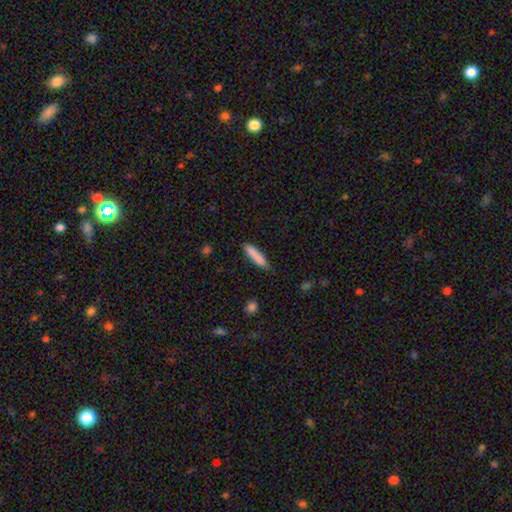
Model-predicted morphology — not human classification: type=smooth (85%); roundness=cigar-shaped (82%); merging=none (81%).